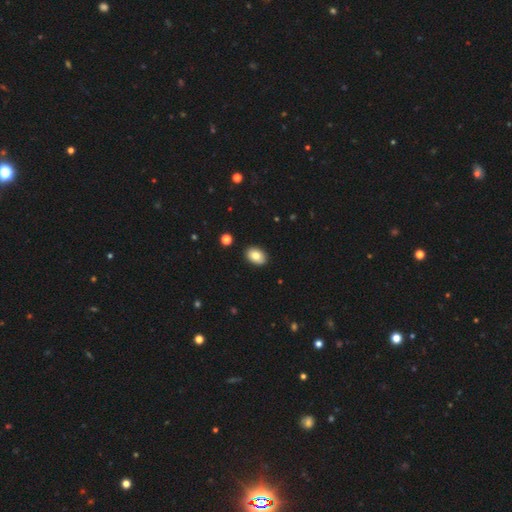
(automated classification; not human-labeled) Smooth or featured? Predicted: smooth (p=0.83). How rounded? Predicted: in between (p=0.85). Merging? Predicted: none (p=0.90).